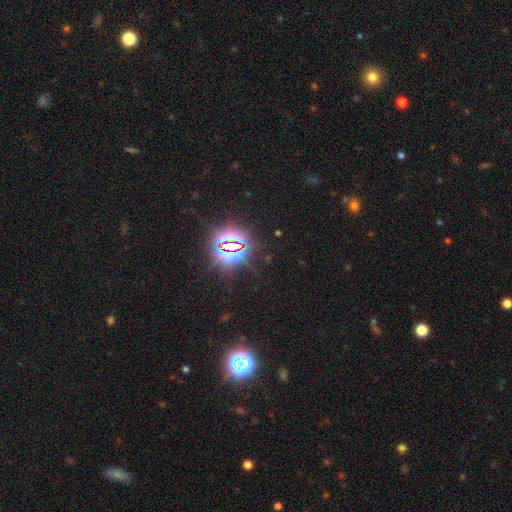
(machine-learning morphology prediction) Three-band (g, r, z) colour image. It shows a star or artifact, not a galaxy (77%).